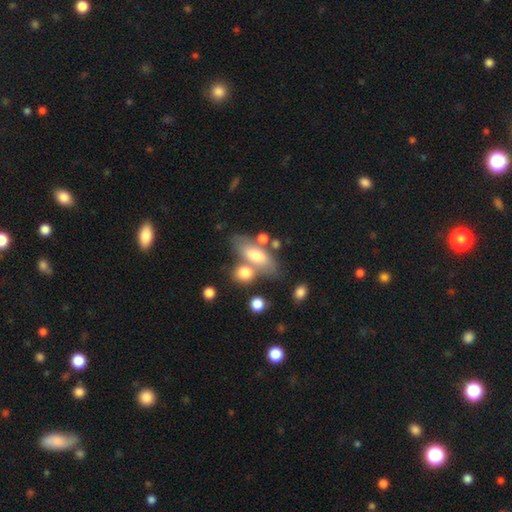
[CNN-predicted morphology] smooth_or_featured: smooth (p=0.64) [alt: featured or disk p=0.29]
how_rounded: in between (p=0.74) [alt: cigar-shaped p=0.21]
merging: none (p=0.50) [alt: merger p=0.28]